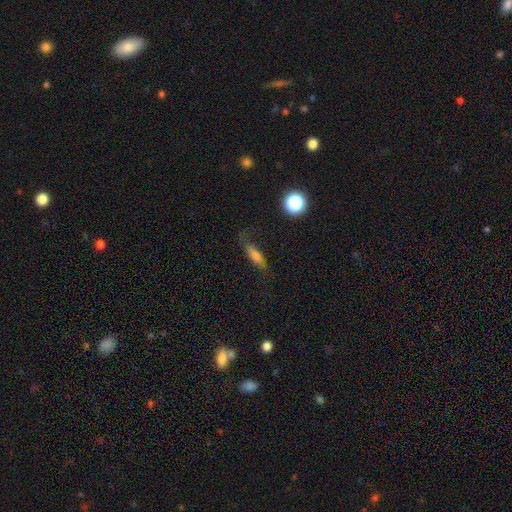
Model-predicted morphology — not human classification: type=smooth (68%); roundness=cigar-shaped (51%); merging=none (63%).